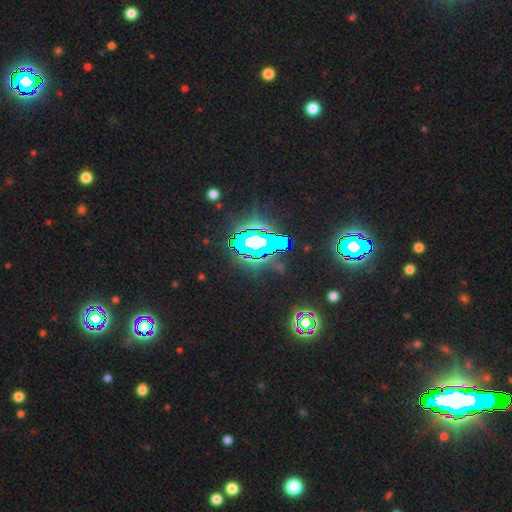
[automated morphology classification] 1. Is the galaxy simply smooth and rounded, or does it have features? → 74% star or artifact, 14% featured or disk, 11% smooth.